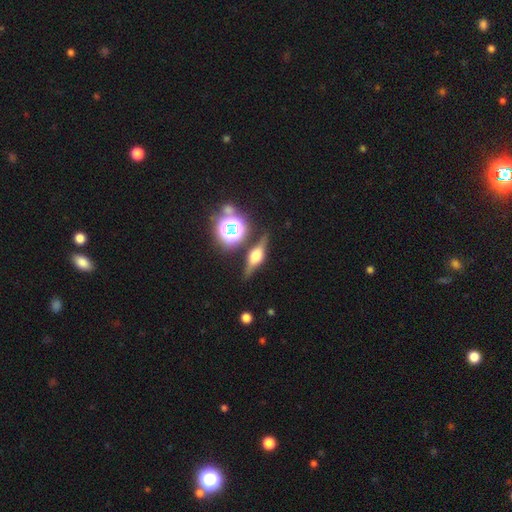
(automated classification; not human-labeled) The model was most divided on "smooth or featured": featured or disk: 71%, smooth: 18%, star or artifact: 10%. More confident: edge-on bulge — rounded (93%); edge-on disk — yes (93%); merging — none (82%).